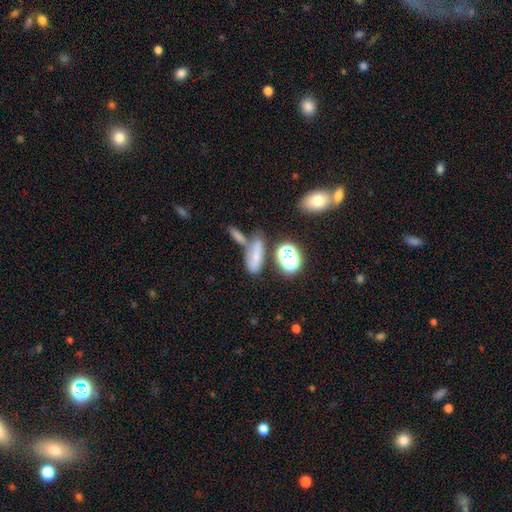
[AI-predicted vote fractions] smooth_or_featured: smooth (p=0.53) [alt: featured or disk p=0.24]
how_rounded: in between (p=0.67) [alt: cigar-shaped p=0.23]
merging: none (p=0.43) [alt: merger p=0.31]